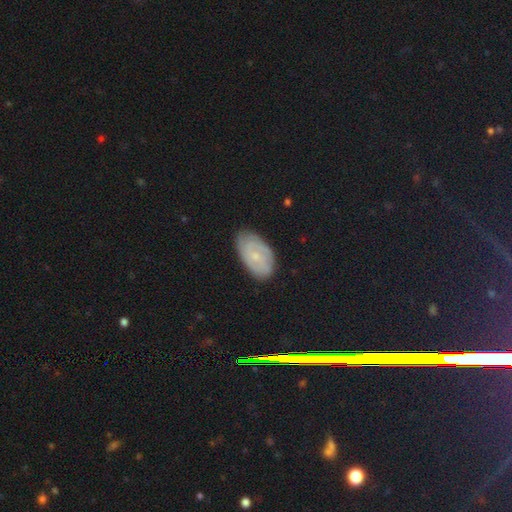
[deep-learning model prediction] Overall: featured or disk (45%; smooth 44%). Merging: none (79%).